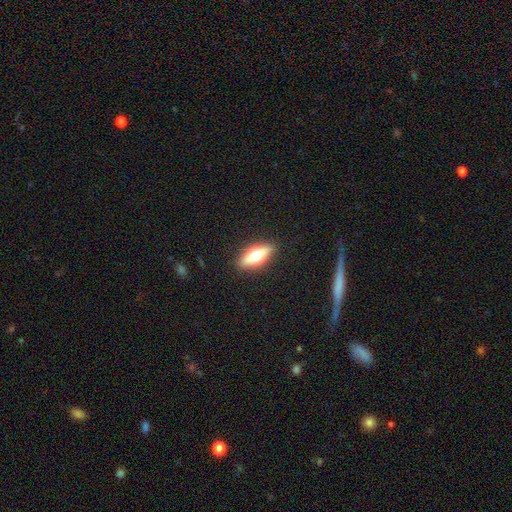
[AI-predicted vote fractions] Smooth or featured?
  - smooth: 54% *
  - featured or disk: 39%
  - star or artifact: 7%
How rounded?
  - in between: 64% *
  - cigar-shaped: 33%
  - round: 3%
Merging?
  - none: 89% *
  - minor disturbance: 8%
  - major disturbance: 2%
  - merger: 1%